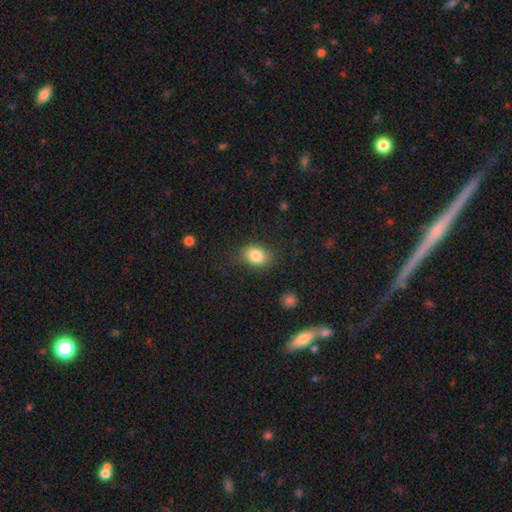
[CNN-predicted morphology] Overall: smooth (84%). How rounded: in between (59%; round 39%). Merging: none (78%).